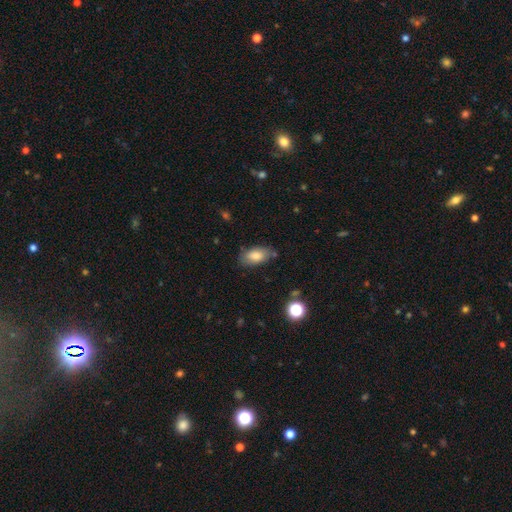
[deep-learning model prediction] Smooth or featured? Predicted: smooth (p=0.80). How rounded? Predicted: in between (p=0.91). Merging? Predicted: none (p=0.75).